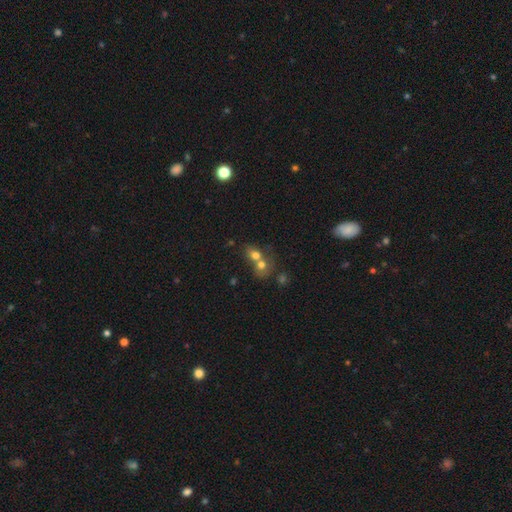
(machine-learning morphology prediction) type=smooth (70%); roundness=round (56%); merging=merger (67%).